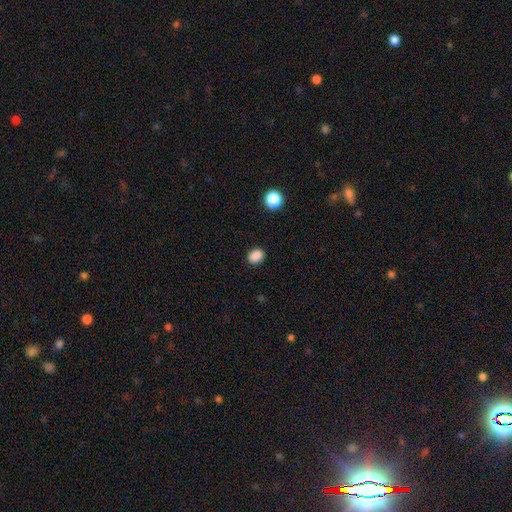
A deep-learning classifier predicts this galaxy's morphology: The model was most divided on "how rounded": in between: 58%, round: 42%, cigar-shaped: 1%. More confident: merging — none (88%); smooth or featured — smooth (87%).